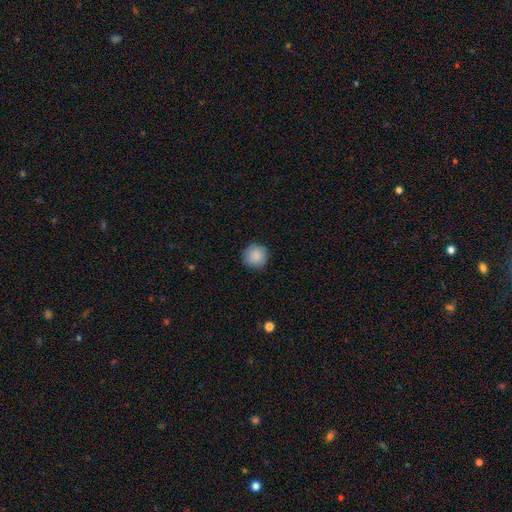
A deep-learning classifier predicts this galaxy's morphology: smooth 89%, star or artifact 8%, featured or disk 4%. Down the decision tree: how rounded — round (95%); merging — none (90%).